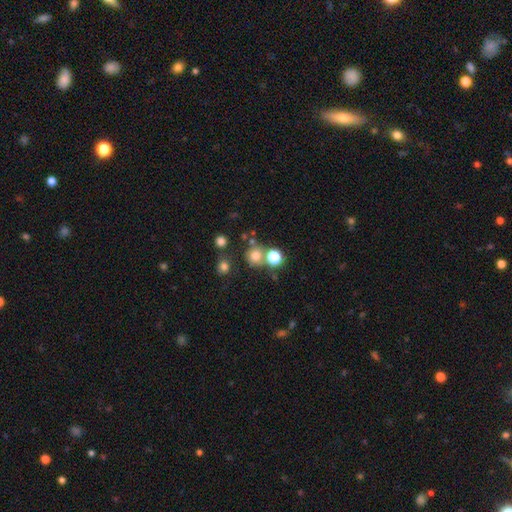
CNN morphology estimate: Smooth or featured? smooth (72%)
How rounded? round (89%)
Merging? none (66%)